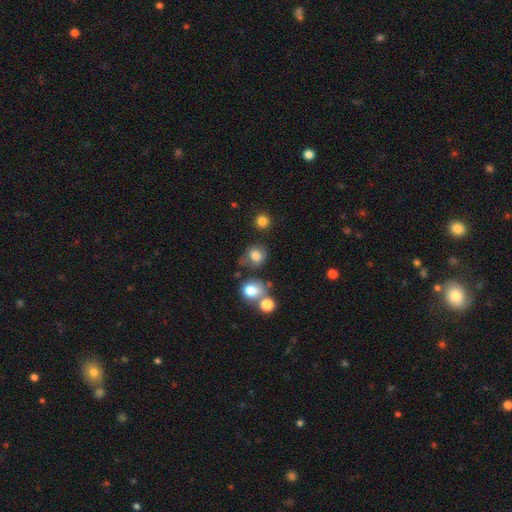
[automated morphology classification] Overall: smooth (77%). How rounded: round (70%). Merging: none (61%).